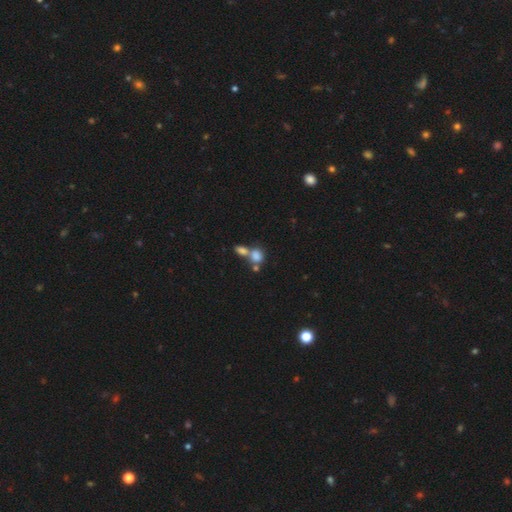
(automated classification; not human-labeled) Morphology: type=smooth (78%); roundness=in between (51%); merging=merger (57%).